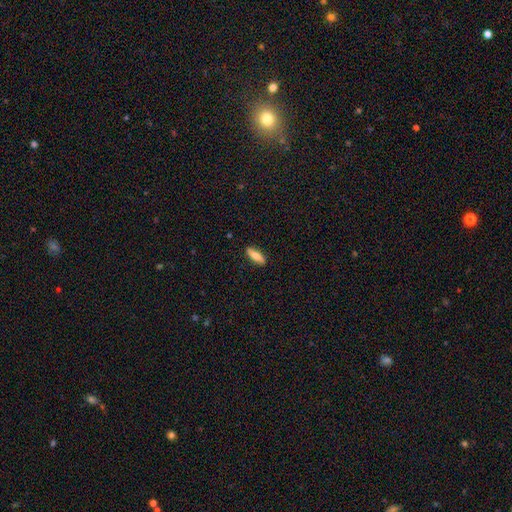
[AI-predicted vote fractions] Smooth or featured? smooth (76%)
How rounded? in between (53%)
Merging? none (87%)